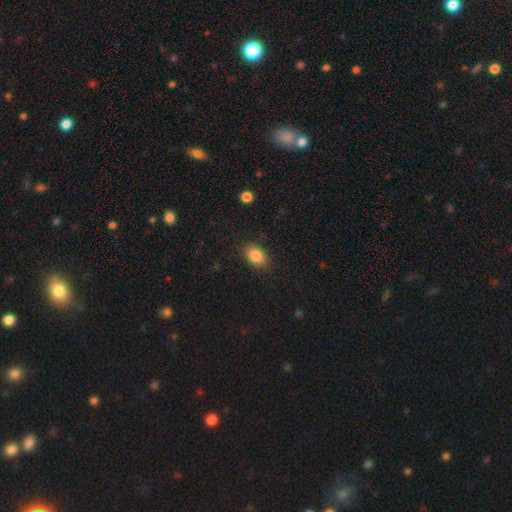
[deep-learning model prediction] Smooth or featured: smooth — 86% (star or artifact — 9%)
How rounded: in between — 78% (round — 21%)
Merging: none — 86% (minor disturbance — 10%)